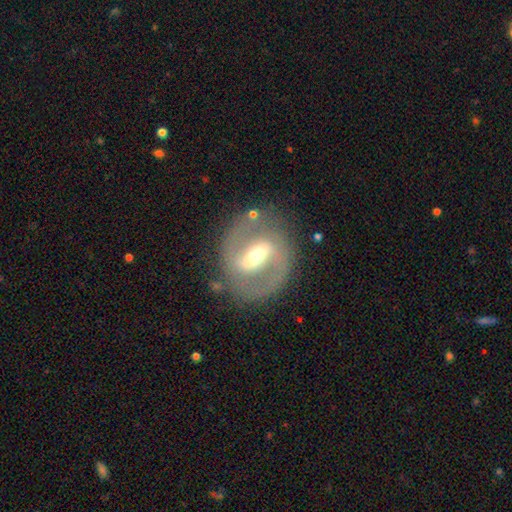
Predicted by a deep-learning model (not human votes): The model was most divided on "bar": strong: 55%, weak: 36%, no: 8%. More confident: edge-on disk — no (95%); spiral arms — yes (88%); spiral arm count — 2 (87%); smooth or featured — featured or disk (84%); merging — none (81%); bulge size — moderate (61%); spiral winding — medium (52%).